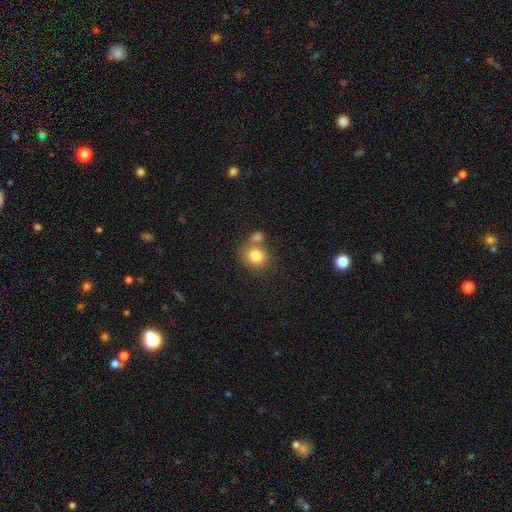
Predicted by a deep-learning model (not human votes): The model was most divided on "merging": none: 50%, merger: 32%, minor disturbance: 12%, major disturbance: 5%. More confident: smooth or featured — smooth (81%); how rounded — round (72%).